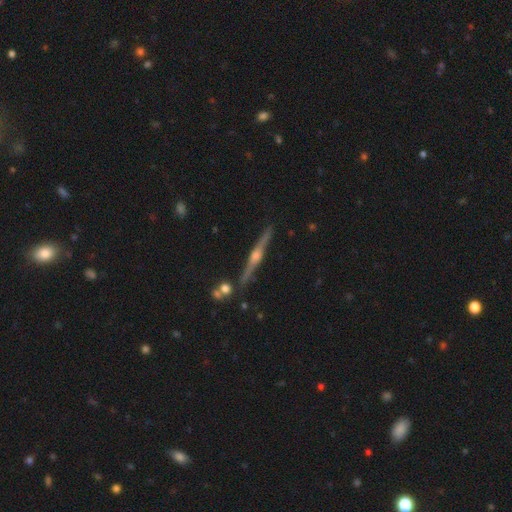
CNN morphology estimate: Smooth or featured? Predicted: featured or disk (p=0.85). Edge-on disk? Predicted: yes (p=0.98). Edge-on bulge? Predicted: rounded (p=0.91). Merging? Predicted: none (p=0.86).